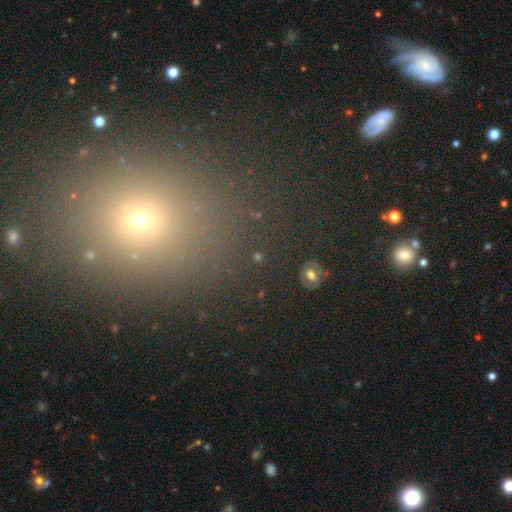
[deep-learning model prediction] smooth_or_featured: smooth (p=0.48) [alt: star or artifact p=0.42]
merging: none (p=0.82) [alt: minor disturbance p=0.08]